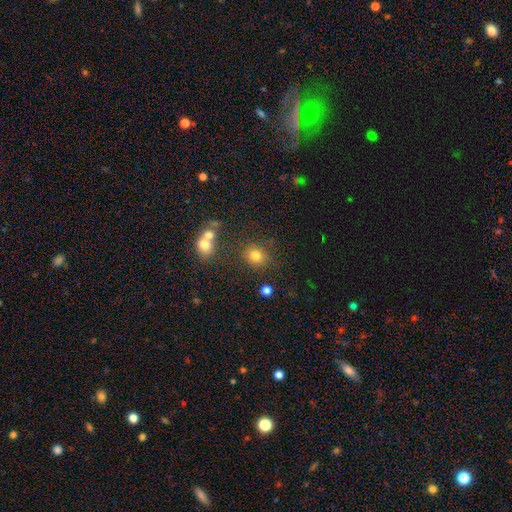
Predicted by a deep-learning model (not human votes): Smooth or featured? smooth (78%)
How rounded? round (78%)
Merging? none (77%)